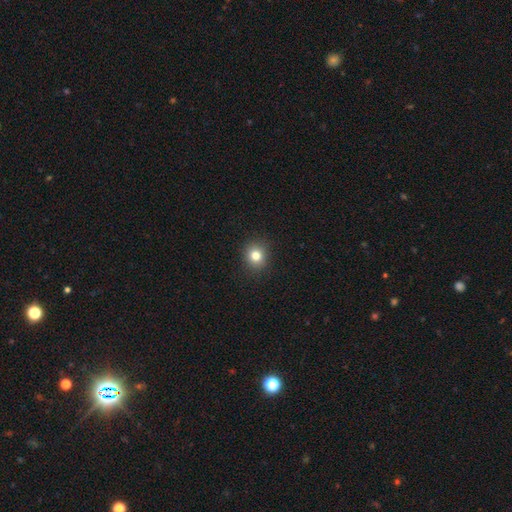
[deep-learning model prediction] Smooth or featured? smooth (81%)
How rounded? round (83%)
Merging? none (90%)